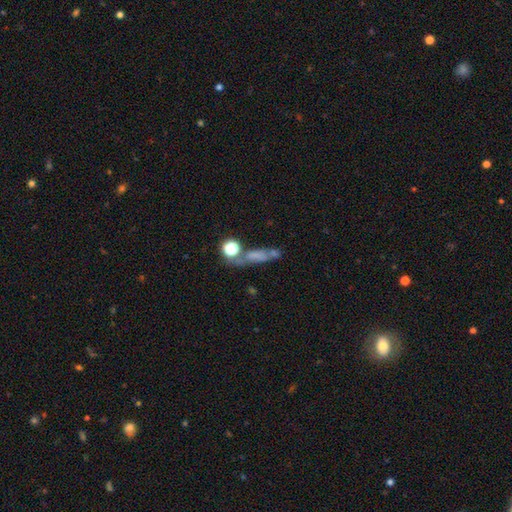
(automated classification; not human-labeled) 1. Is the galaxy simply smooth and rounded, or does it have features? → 49% smooth, 28% featured or disk, 22% star or artifact.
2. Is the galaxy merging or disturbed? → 45% none, 23% merger, 17% minor disturbance, 16% major disturbance.